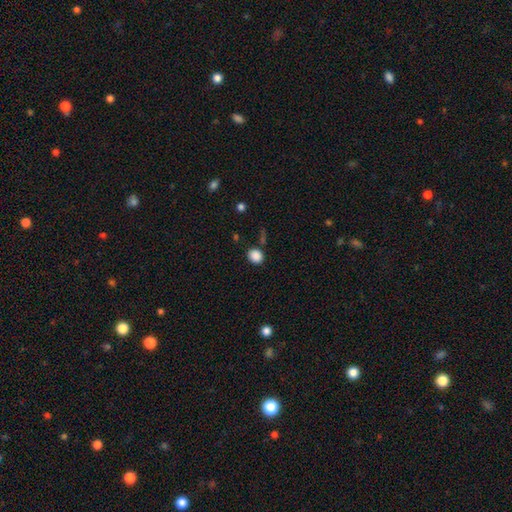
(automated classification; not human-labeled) A smooth galaxy with no disk features (87%) that is round (63%). Merging: none (79%).